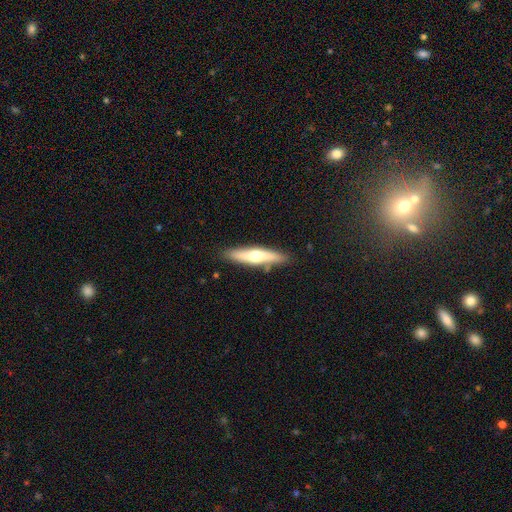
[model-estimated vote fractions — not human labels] Smooth or featured? smooth (48%)
Merging? none (84%)